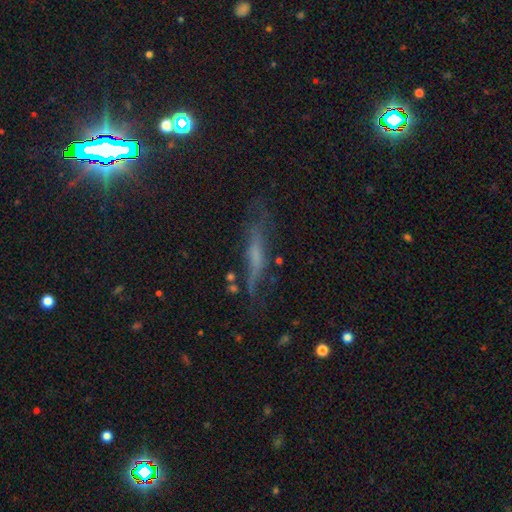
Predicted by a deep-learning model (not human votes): A featured or disk galaxy (46%). Merging: none (59%).